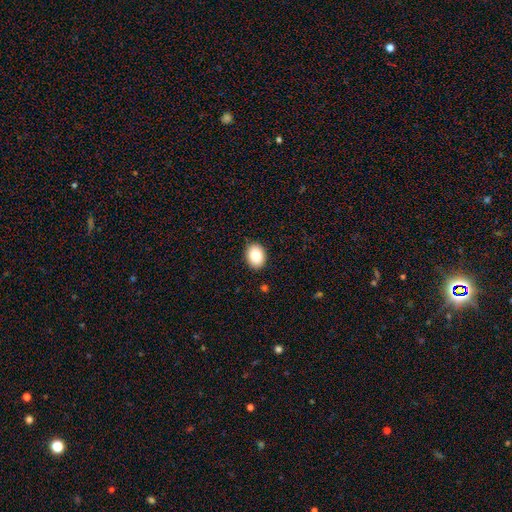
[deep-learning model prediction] smooth_or_featured: smooth (p=0.84) [alt: star or artifact p=0.08]
how_rounded: in between (p=0.62) [alt: round p=0.38]
merging: none (p=0.89) [alt: minor disturbance p=0.09]